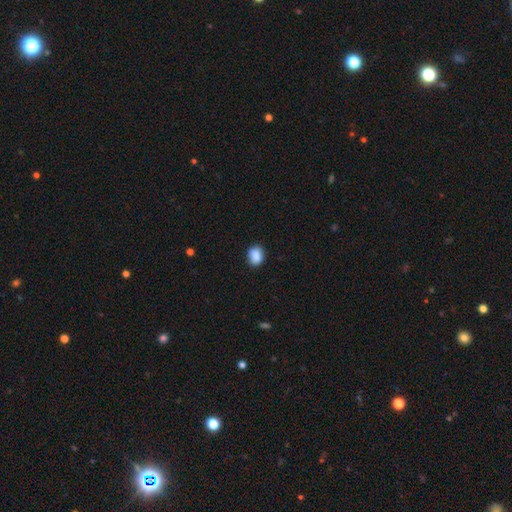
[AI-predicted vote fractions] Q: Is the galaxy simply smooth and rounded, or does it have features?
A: smooth — 88%.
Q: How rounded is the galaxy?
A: in between — 59%.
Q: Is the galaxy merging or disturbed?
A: none — 82%.